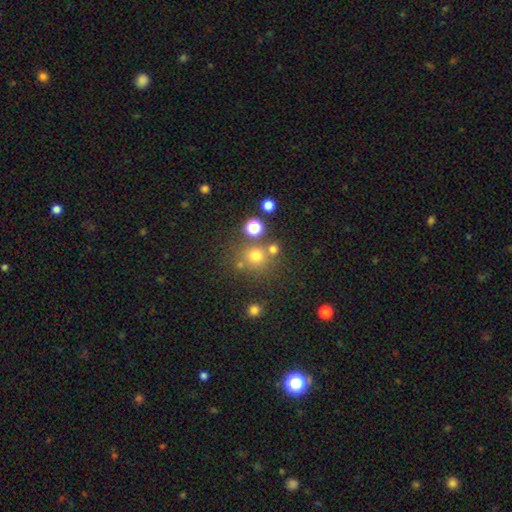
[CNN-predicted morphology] Q: Smooth or featured?
A: smooth (70%); runner-up: star or artifact (21%)
Q: How rounded?
A: round (88%); runner-up: in between (11%)
Q: Merging?
A: none (70%); runner-up: merger (16%)